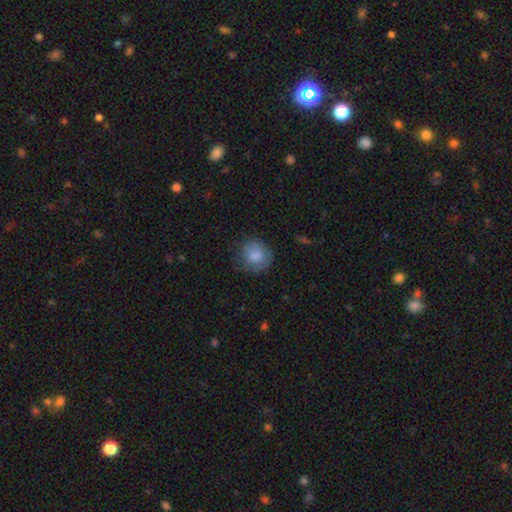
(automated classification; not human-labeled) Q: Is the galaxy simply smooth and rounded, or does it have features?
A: smooth — 82%.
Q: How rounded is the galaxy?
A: round — 87%.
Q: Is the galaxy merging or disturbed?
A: none — 74%.